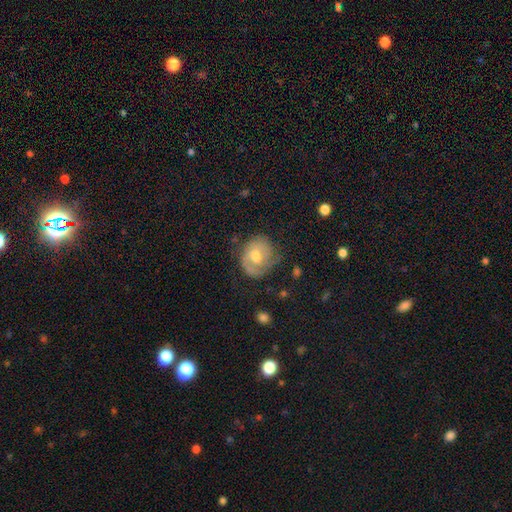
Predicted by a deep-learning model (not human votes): featured or disk 59%, smooth 34%, star or artifact 7%. Down the decision tree: edge-on disk — no (97%); bar — no (52%); spiral arms — yes (82%); bulge size — moderate (68%); merging — none (63%).